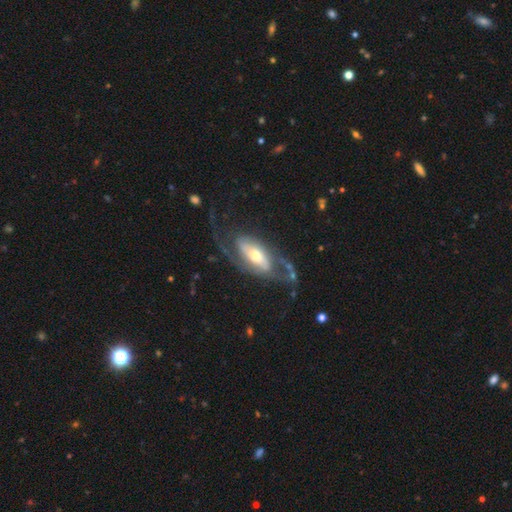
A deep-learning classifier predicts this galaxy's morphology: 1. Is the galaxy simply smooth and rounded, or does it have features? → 81% featured or disk, 14% smooth, 5% star or artifact.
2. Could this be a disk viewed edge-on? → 92% no, 8% yes.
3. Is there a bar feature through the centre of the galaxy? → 41% no, 33% weak, 26% strong.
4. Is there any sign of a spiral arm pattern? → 90% yes, 10% no.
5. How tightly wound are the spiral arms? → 43% medium, 34% loose, 23% tight.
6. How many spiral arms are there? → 76% 2, 9% can't tell, 8% 1, 3% 3, 2% 4, 1% more than 4.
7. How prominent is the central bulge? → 59% moderate, 23% small, 14% large, 2% dominant, 1% none.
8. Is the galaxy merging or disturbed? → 55% none, 24% major disturbance, 18% minor disturbance, 3% merger.